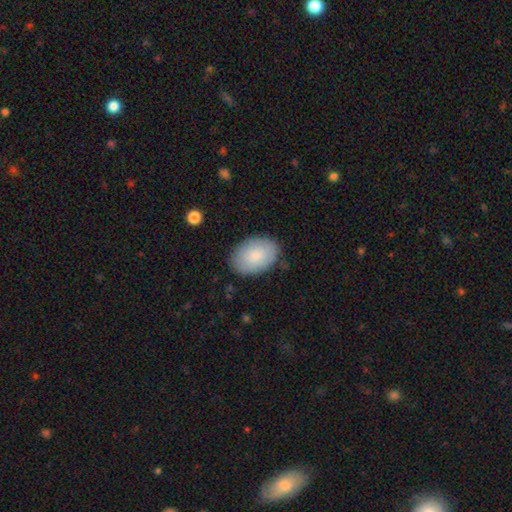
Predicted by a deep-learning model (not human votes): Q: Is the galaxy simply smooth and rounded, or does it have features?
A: smooth — 86%.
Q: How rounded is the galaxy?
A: in between — 88%.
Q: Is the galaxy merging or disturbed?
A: none — 85%.